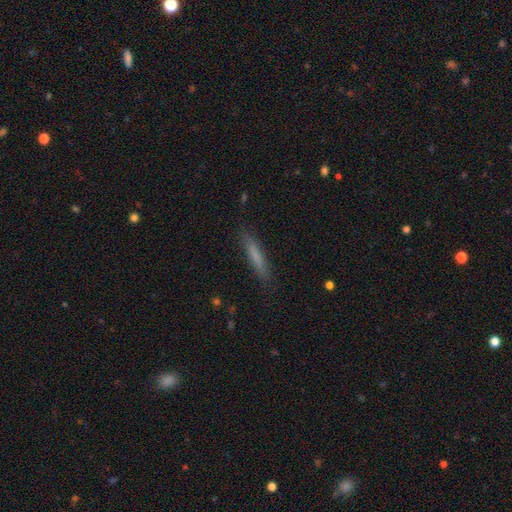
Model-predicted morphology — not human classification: This is likely a smooth galaxy (72%). How rounded: clearly cigar-shaped (91%). Merging: clearly none (86%).